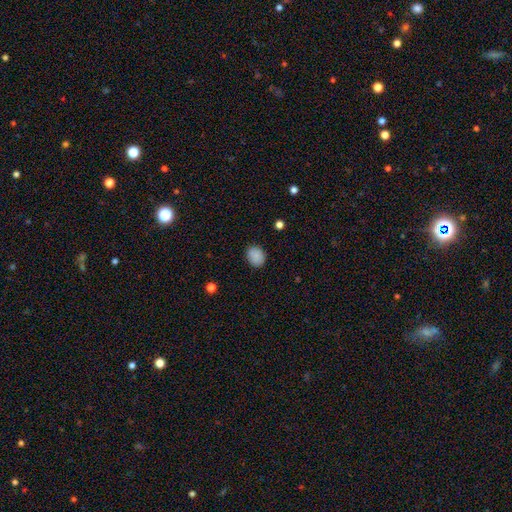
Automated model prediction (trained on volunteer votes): Smooth or featured: smooth — 87% (star or artifact — 9%)
How rounded: round — 52% (in between — 47%)
Merging: none — 85% (minor disturbance — 11%)